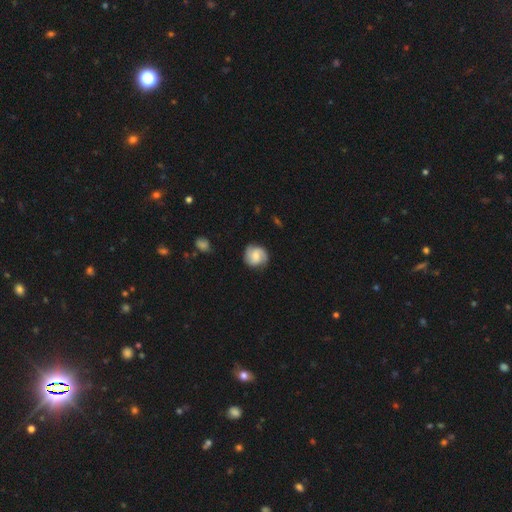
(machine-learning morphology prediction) A featured or disk galaxy (52%) with no bar (55%), spiral arms (90%) and a moderate central bulge (48%).

Vote fractions:
- Smooth or featured? featured or disk: 52% / smooth: 41% / star or artifact: 7%
- Edge-on disk? no: 98% / yes: 2%
- Bar? no: 55% / weak: 38% / strong: 7%
- Spiral arms? yes: 90% / no: 10%
- Bulge size? moderate: 48% / small: 39% / none: 6% / large: 5% / dominant: 1%
- Merging? none: 78% / minor disturbance: 16% / major disturbance: 4% / merger: 1%